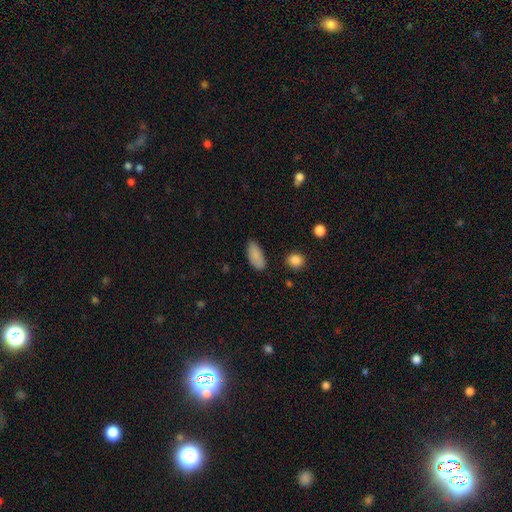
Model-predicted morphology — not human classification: Q: Smooth or featured?
A: smooth (87%); runner-up: star or artifact (7%)
Q: How rounded?
A: in between (90%); runner-up: cigar-shaped (8%)
Q: Merging?
A: none (78%); runner-up: minor disturbance (16%)